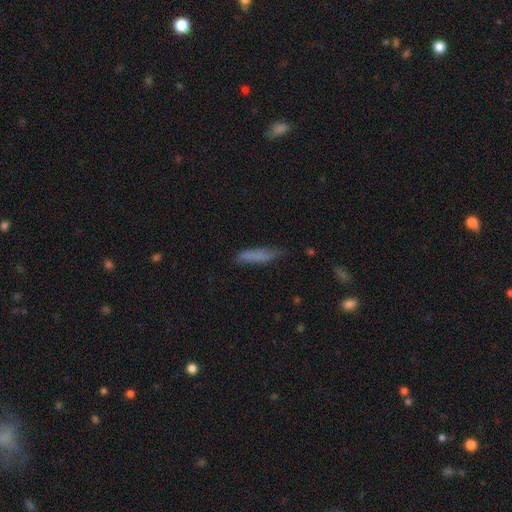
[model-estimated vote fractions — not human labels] smooth_or_featured: smooth (p=0.72) [alt: featured or disk p=0.19]
how_rounded: cigar-shaped (p=0.79) [alt: in between p=0.19]
merging: none (p=0.64) [alt: minor disturbance p=0.26]